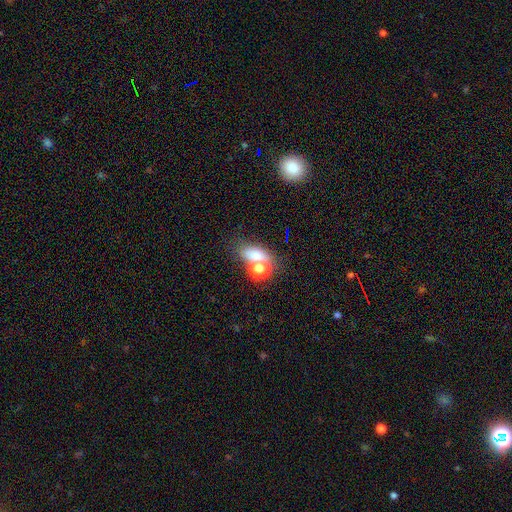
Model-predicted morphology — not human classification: Overall: smooth (65%). How rounded: in between (63%; round 32%). Merging: merger (42%; none 40%).